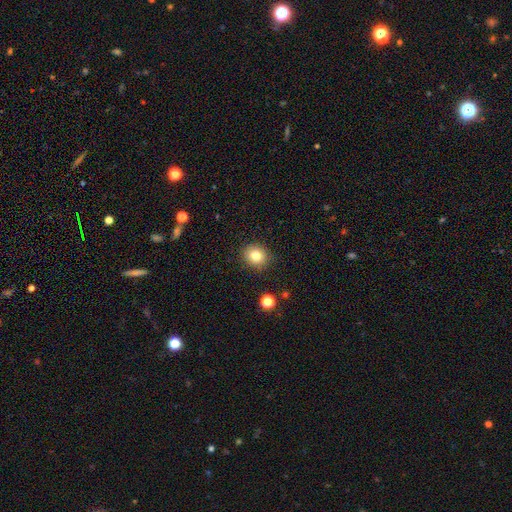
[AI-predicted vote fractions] Smooth or featured? Predicted: smooth (p=0.81). How rounded? Predicted: round (p=0.76). Merging? Predicted: none (p=0.88).